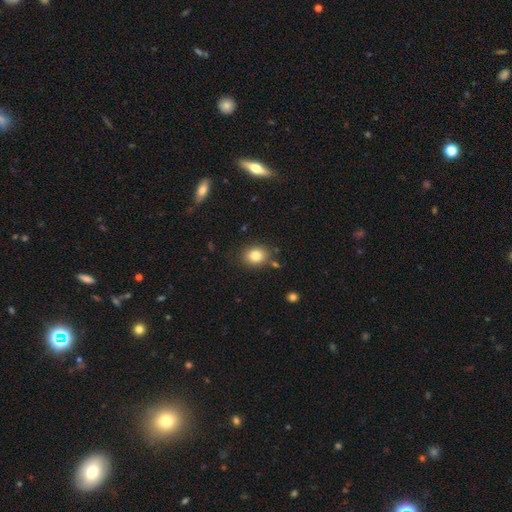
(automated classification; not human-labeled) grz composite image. It shows a smooth galaxy with no disk features (81%) that is round (60%). Merging: none (82%).